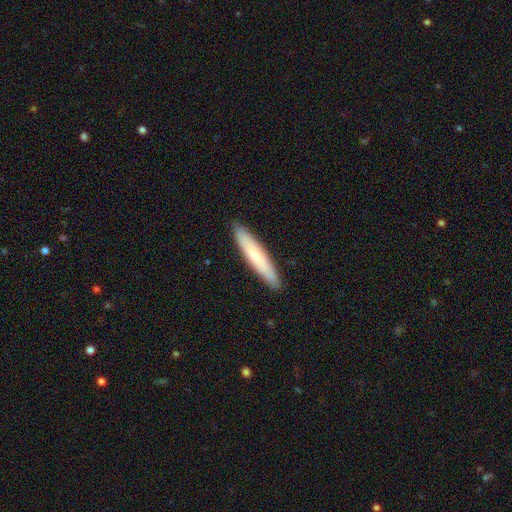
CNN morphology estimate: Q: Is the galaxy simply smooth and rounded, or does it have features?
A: smooth — 66%.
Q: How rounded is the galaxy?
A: cigar-shaped — 90%.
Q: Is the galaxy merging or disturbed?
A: none — 91%.